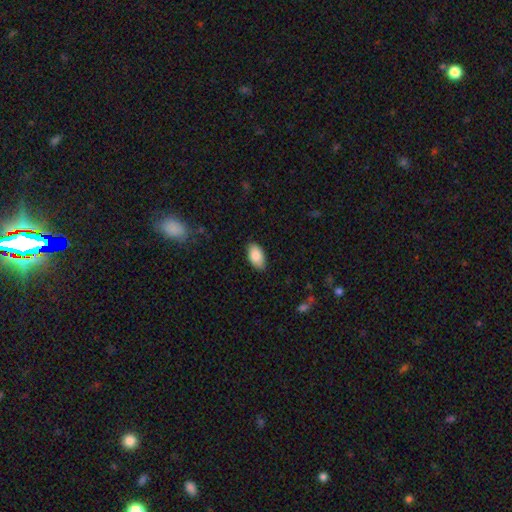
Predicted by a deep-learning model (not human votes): A smooth galaxy with no disk features (88%) that is in between round and cigar-shaped (95%).

Vote fractions:
- Smooth or featured? smooth: 88% / star or artifact: 6% / featured or disk: 6%
- How rounded? in between: 95% / round: 3% / cigar-shaped: 2%
- Merging? none: 87% / minor disturbance: 10% / major disturbance: 2% / merger: 1%